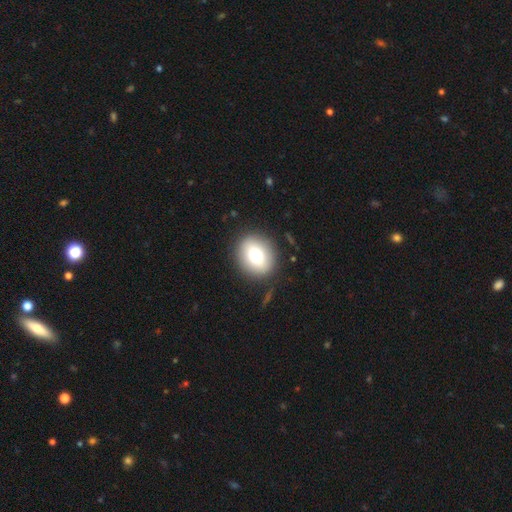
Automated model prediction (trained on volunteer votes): Overall: smooth (73%). How rounded: round (63%; in between 36%). Merging: none (88%).